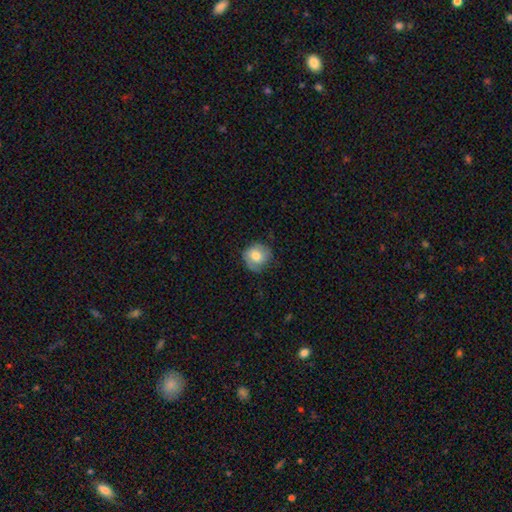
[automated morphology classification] Smooth or featured?
  - smooth: 66% *
  - featured or disk: 26%
  - star or artifact: 8%
How rounded?
  - round: 85% *
  - in between: 14%
  - cigar-shaped: 1%
Merging?
  - none: 70% *
  - minor disturbance: 22%
  - major disturbance: 6%
  - merger: 1%